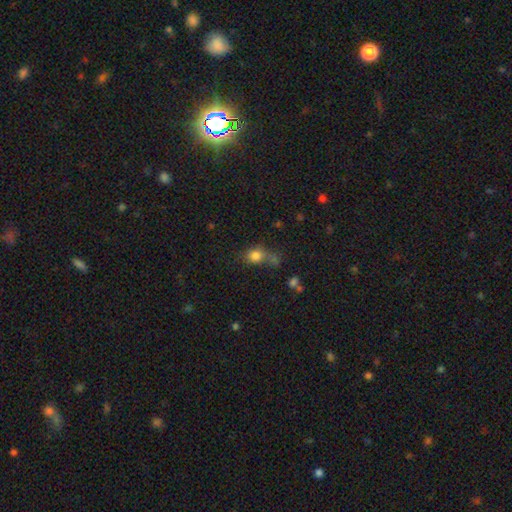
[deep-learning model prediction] smooth_or_featured: smooth (p=0.80) [alt: star or artifact p=0.13]
how_rounded: round (p=0.58) [alt: in between p=0.40]
merging: none (p=0.46) [alt: merger p=0.25]